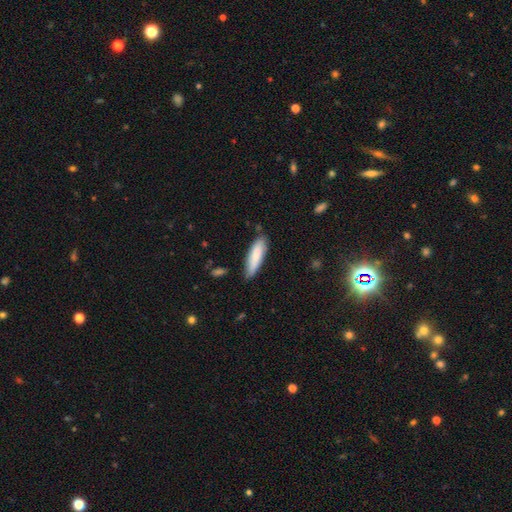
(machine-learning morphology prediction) type=smooth (83%); roundness=cigar-shaped (63%); merging=none (79%).